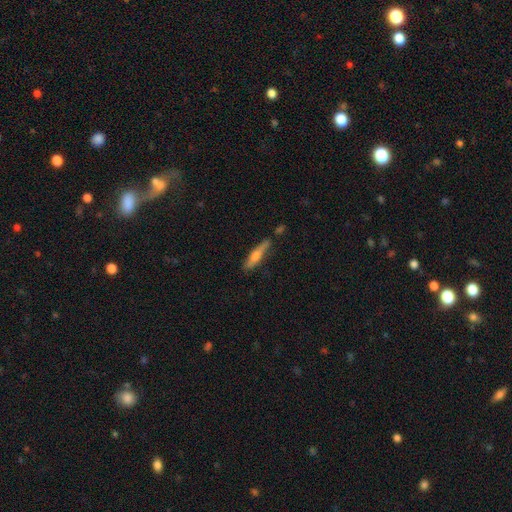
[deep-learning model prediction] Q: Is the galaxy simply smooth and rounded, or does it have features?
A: smooth — 51%.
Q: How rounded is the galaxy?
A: cigar-shaped — 87%.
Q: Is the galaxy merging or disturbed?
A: none — 72%.